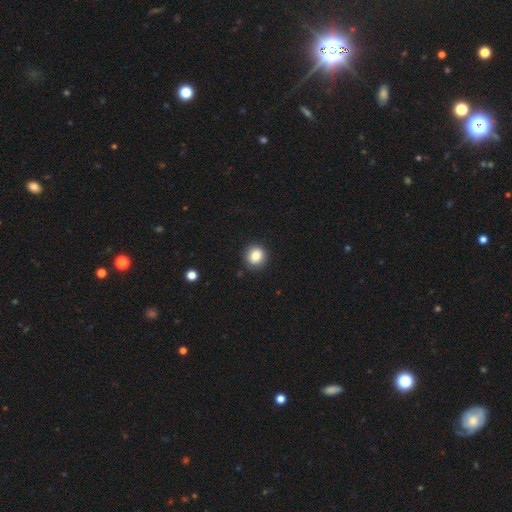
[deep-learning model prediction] Overall: smooth (85%). How rounded: round (89%). Merging: none (88%).